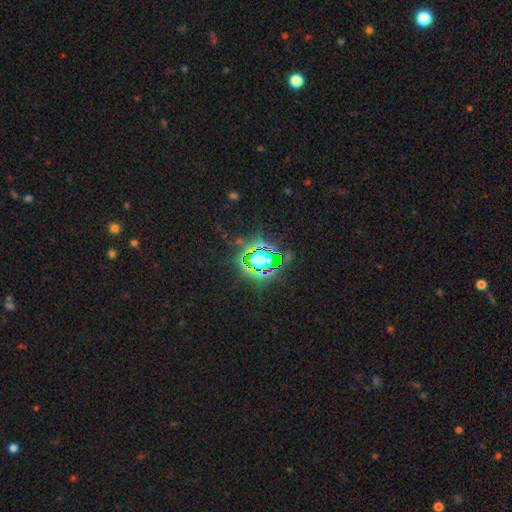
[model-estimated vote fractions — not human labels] This appears to be a star or artifact, not a galaxy (81%).